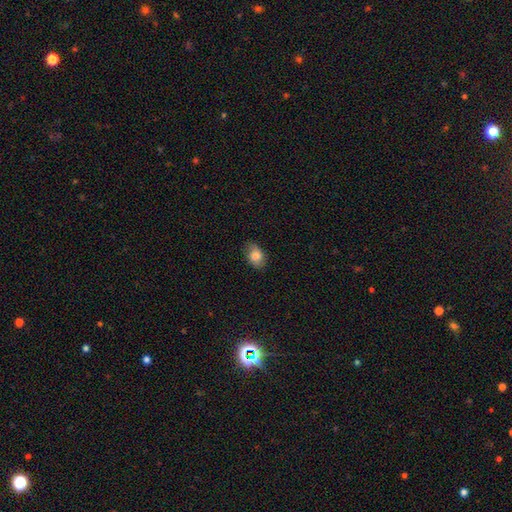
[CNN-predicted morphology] Overall: smooth (80%). How rounded: in between (76%). Merging: none (74%).